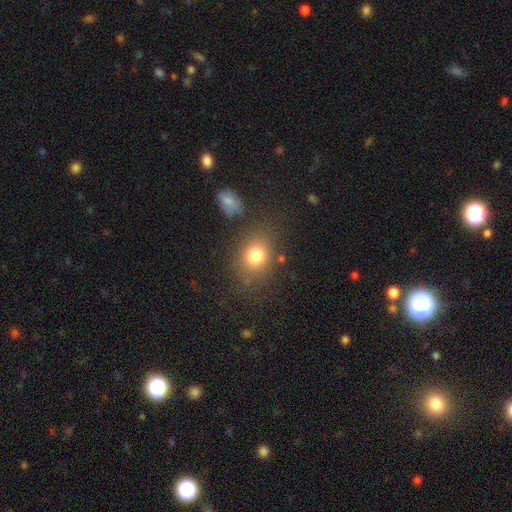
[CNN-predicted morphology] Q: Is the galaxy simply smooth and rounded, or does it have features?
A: smooth — 78%.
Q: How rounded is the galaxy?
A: in between — 50%.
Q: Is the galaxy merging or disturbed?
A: none — 74%.